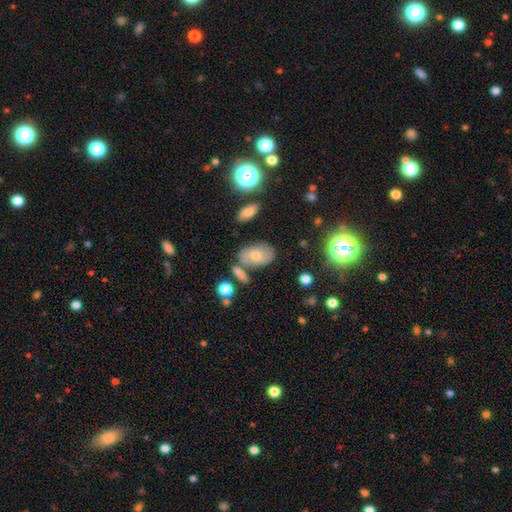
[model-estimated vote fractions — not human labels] Overall: smooth (59%; featured or disk 31%). How rounded: in between (87%). Merging: none (62%).